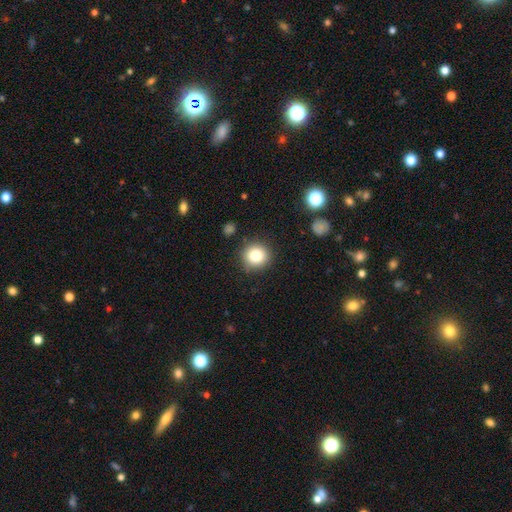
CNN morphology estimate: Smooth or featured? smooth (81%)
How rounded? round (92%)
Merging? none (87%)